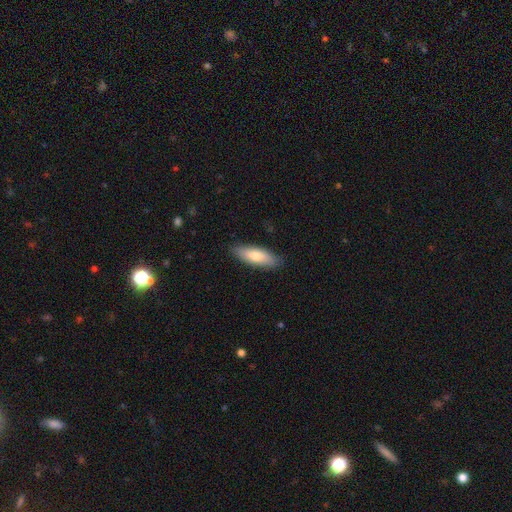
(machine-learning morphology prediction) The model was most divided on "how rounded": in between: 58%, cigar-shaped: 40%, round: 2%. More confident: merging — none (87%); smooth or featured — smooth (75%).